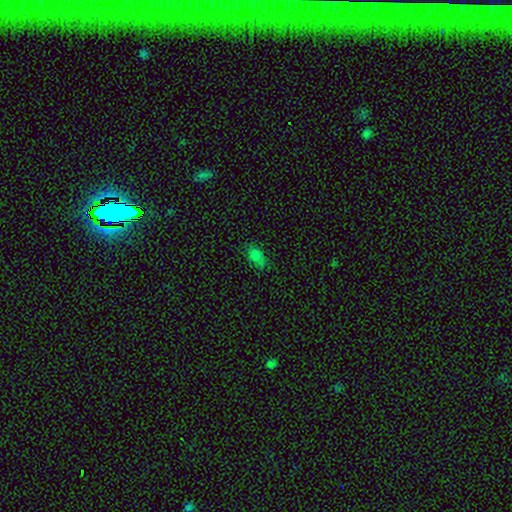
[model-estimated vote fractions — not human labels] Q: Smooth or featured?
A: smooth (76%); runner-up: star or artifact (18%)
Q: How rounded?
A: in between (88%); runner-up: round (9%)
Q: Merging?
A: none (72%); runner-up: minor disturbance (21%)